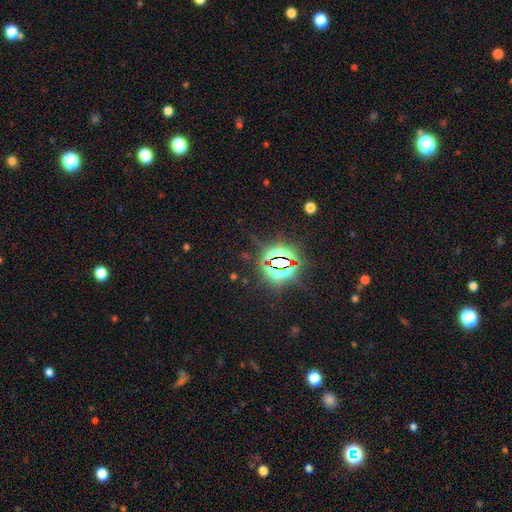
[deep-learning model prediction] A star or artifact, not a galaxy (83%).

Vote fractions:
- Smooth or featured? star or artifact: 83% / smooth: 10% / featured or disk: 7%